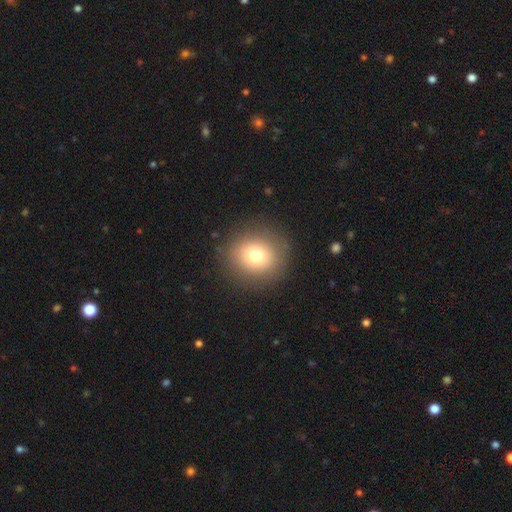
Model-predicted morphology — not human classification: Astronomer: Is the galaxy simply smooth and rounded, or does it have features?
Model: smooth — 76%.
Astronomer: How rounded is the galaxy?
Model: round — 90%.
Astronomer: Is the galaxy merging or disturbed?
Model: none — 88%.